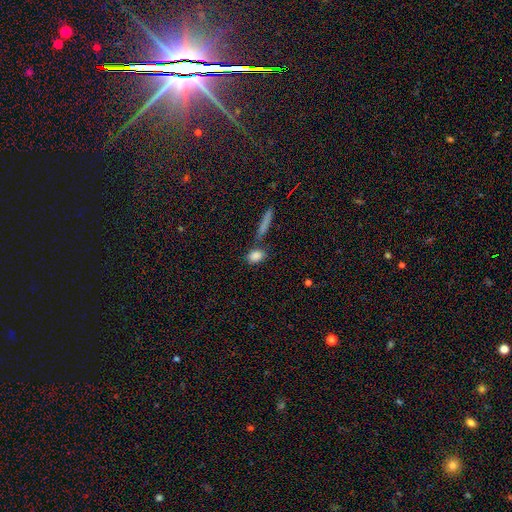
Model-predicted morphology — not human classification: Smooth or featured? smooth (85%)
How rounded? in between (69%)
Merging? none (69%)